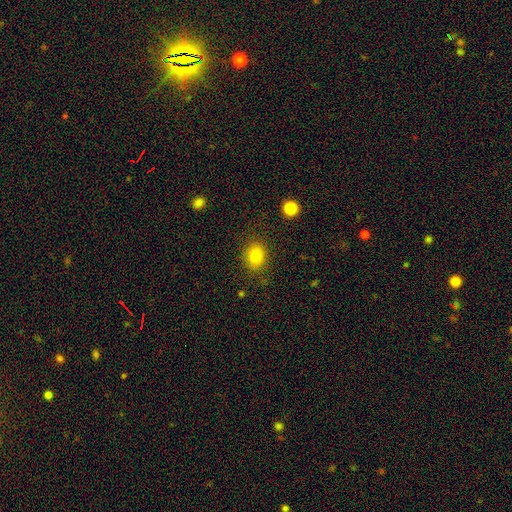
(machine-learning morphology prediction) The model was most divided on "how rounded": round: 52%, in between: 47%, cigar-shaped: 1%. More confident: merging — none (84%); smooth or featured — smooth (82%).